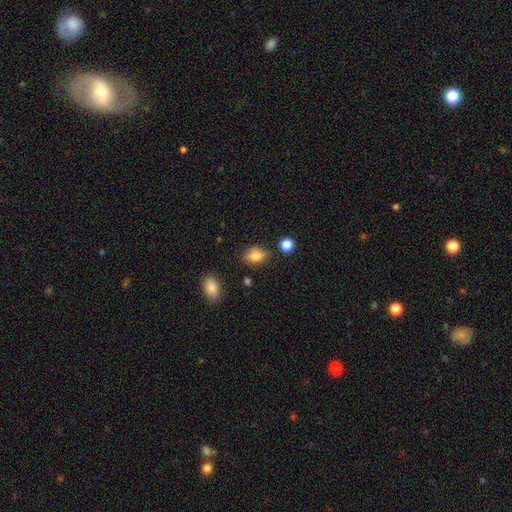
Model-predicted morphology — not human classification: A smooth galaxy with no disk features (78%) that is in between round and cigar-shaped (72%). Merging: none (74%).